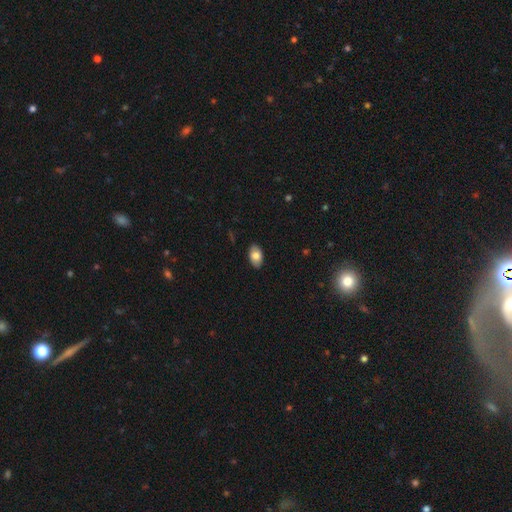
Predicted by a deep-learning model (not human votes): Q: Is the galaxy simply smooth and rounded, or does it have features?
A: smooth — 79%.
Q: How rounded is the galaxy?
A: in between — 93%.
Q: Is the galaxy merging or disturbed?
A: none — 88%.